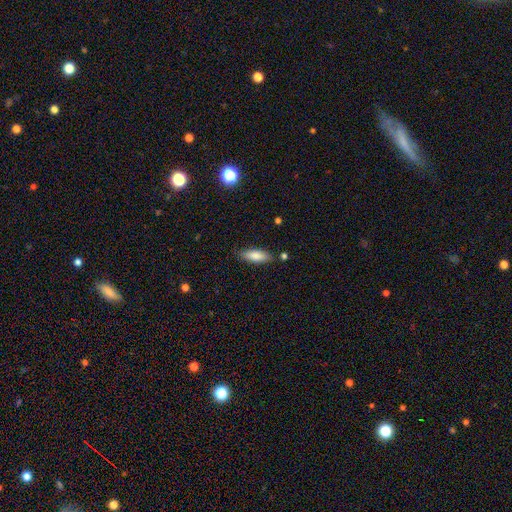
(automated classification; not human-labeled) The model was most divided on "how rounded": in between: 62%, cigar-shaped: 37%, round: 2%. More confident: smooth or featured — smooth (82%); merging — none (81%).